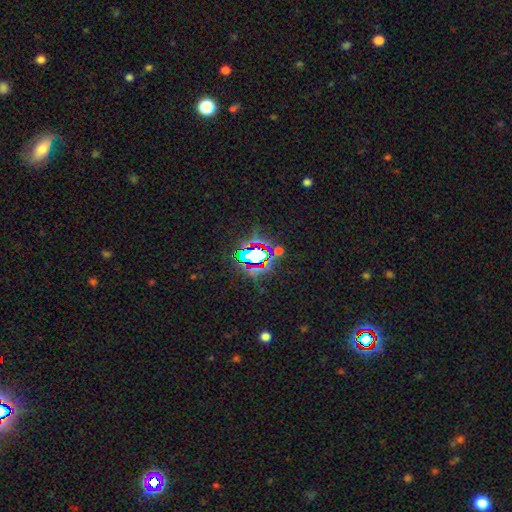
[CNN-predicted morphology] Smooth or featured? Predicted: star or artifact (p=0.73).